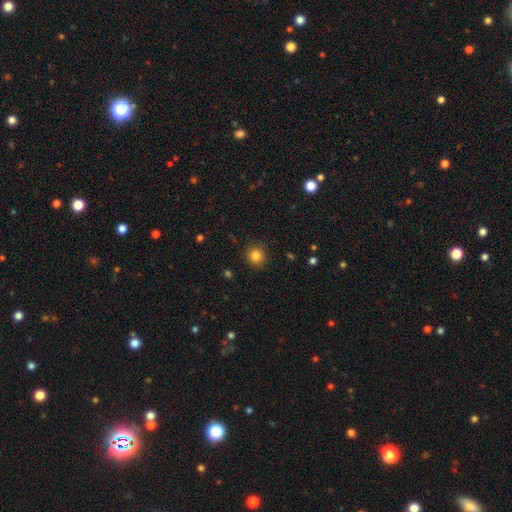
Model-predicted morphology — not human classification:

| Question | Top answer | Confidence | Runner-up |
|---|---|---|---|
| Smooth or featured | smooth | 82% | star or artifact (12%) |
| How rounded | round | 93% | in between (6%) |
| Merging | none | 90% | minor disturbance (7%) |